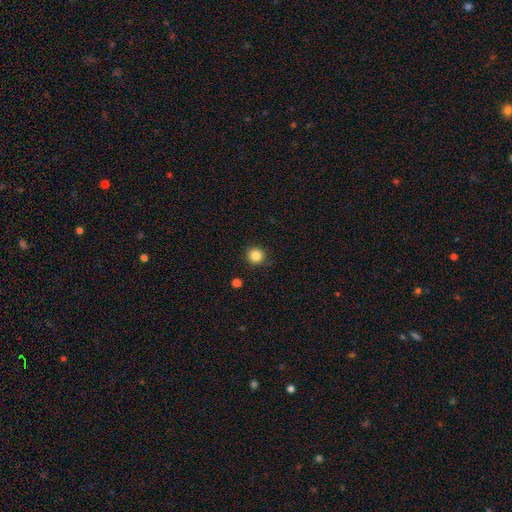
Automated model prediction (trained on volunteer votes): This is clearly a smooth galaxy (85%). How rounded: clearly round (93%). Merging: clearly none (89%).